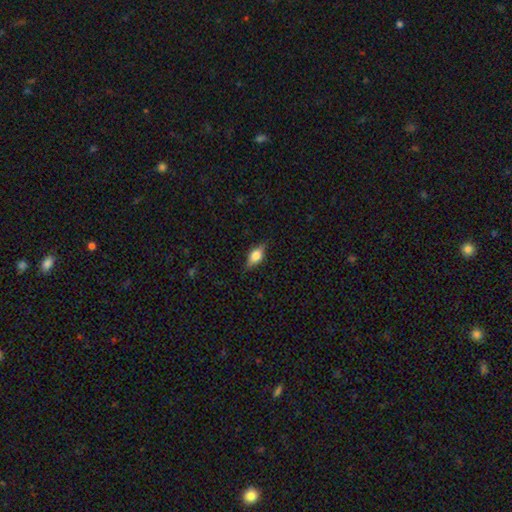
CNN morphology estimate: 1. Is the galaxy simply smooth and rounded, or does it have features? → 58% smooth, 33% featured or disk, 9% star or artifact.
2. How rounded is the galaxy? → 78% in between, 15% cigar-shaped, 7% round.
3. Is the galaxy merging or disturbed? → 82% none, 14% minor disturbance, 3% major disturbance, 1% merger.